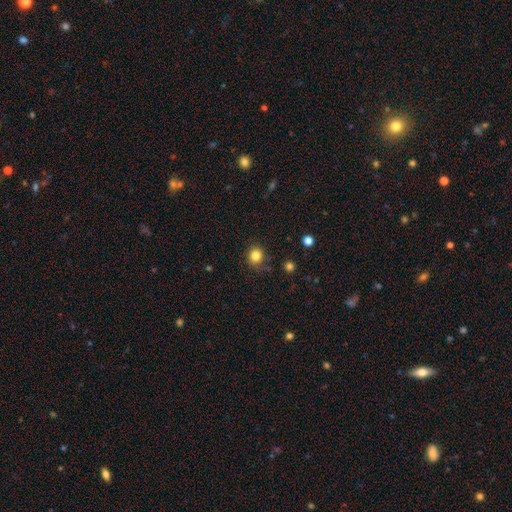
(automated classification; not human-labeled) Smooth or featured: smooth — 83% (star or artifact — 12%)
How rounded: round — 83% (in between — 16%)
Merging: none — 80% (minor disturbance — 14%)